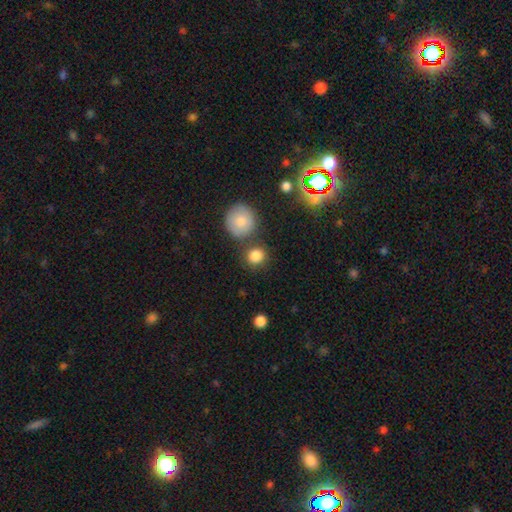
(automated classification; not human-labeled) smooth-or-featured: smooth: 84% | star or artifact: 11% | featured or disk: 5%
  how-rounded: round: 88% | in between: 11% | cigar-shaped: 1%
  merging: none: 74% | merger: 13% | minor disturbance: 10% | major disturbance: 4%